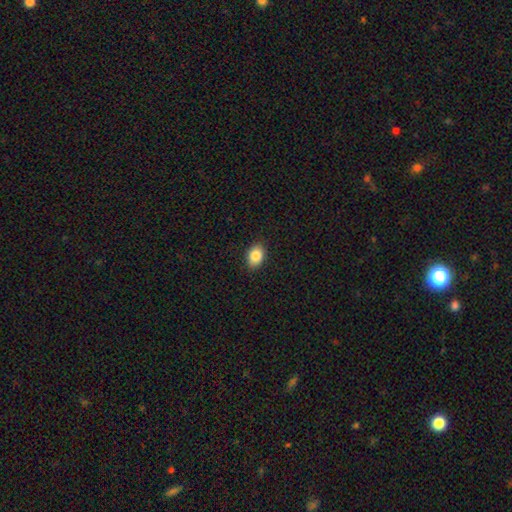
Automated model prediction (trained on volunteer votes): Overall: smooth (86%). How rounded: in between (80%). Merging: none (88%).